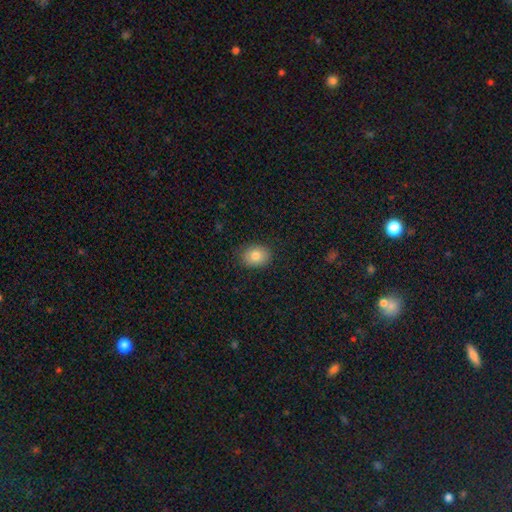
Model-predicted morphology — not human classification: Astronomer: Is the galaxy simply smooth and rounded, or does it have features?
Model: smooth — 82%.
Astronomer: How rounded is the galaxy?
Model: in between — 52% (runner-up: round, 47%).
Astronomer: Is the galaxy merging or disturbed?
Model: none — 87%.